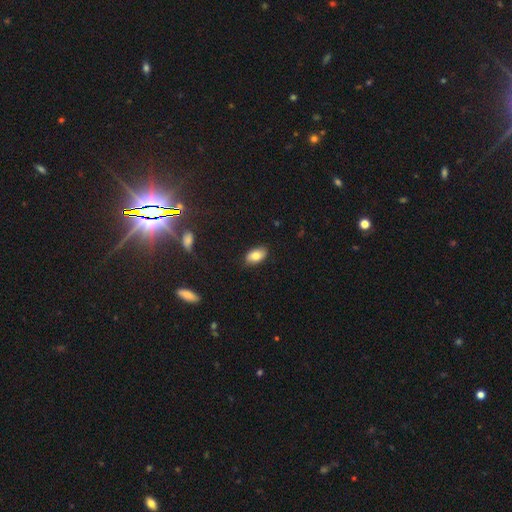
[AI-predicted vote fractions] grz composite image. It shows a smooth galaxy with no disk features (79%) that is in between round and cigar-shaped (92%). Merging: none (85%).